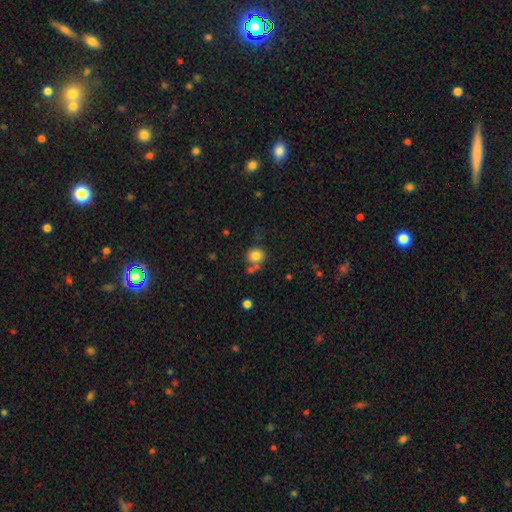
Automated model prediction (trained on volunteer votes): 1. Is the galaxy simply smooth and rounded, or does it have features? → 80% smooth, 10% star or artifact, 10% featured or disk.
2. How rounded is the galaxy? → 82% round, 17% in between, 1% cigar-shaped.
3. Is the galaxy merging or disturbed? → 57% none, 21% merger, 15% minor disturbance, 7% major disturbance.